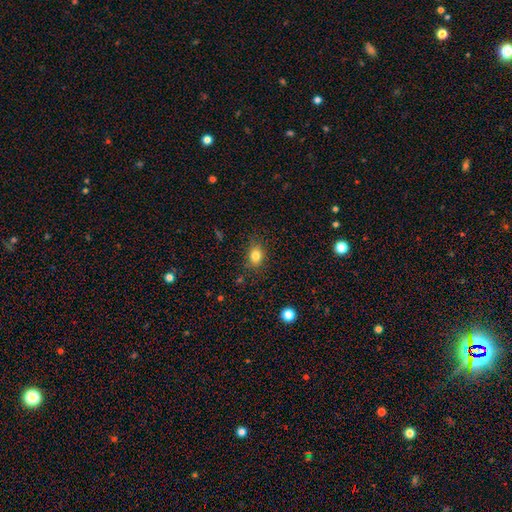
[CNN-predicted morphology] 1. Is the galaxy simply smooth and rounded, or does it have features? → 82% smooth, 11% star or artifact, 7% featured or disk.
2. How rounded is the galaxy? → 59% in between, 40% round, 1% cigar-shaped.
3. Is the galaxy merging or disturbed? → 82% none, 13% minor disturbance, 3% major disturbance, 1% merger.